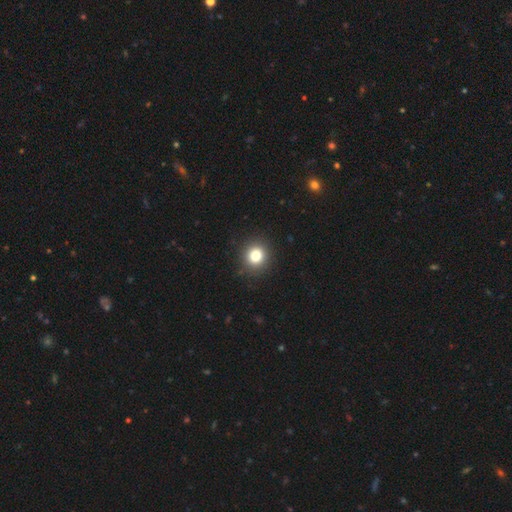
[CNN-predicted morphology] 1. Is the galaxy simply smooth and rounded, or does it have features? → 81% smooth, 12% star or artifact, 7% featured or disk.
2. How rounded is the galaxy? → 90% round, 9% in between, 1% cigar-shaped.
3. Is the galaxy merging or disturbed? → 91% none, 6% minor disturbance, 2% major disturbance, 1% merger.